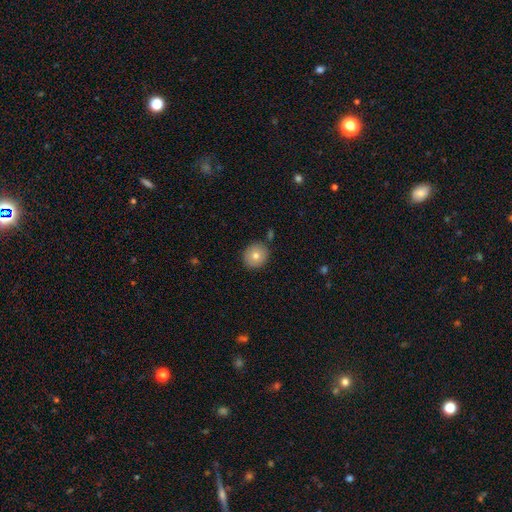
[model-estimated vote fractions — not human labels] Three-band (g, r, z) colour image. It shows a smooth galaxy with no disk features (77%) that is round (84%). Merging: none (85%).